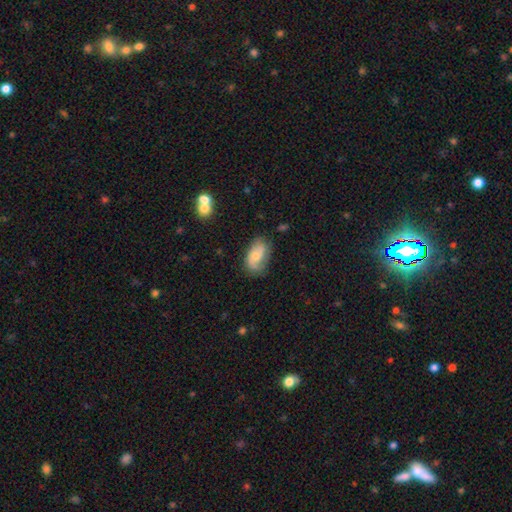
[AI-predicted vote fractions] Overall: smooth (48%; featured or disk 45%). Merging: none (62%; minor disturbance 27%).